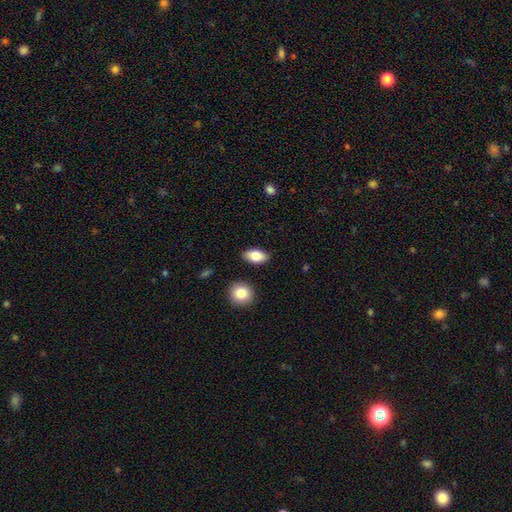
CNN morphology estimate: smooth_or_featured: smooth (p=0.81) [alt: featured or disk p=0.12]
how_rounded: in between (p=0.90) [alt: round p=0.06]
merging: none (p=0.86) [alt: minor disturbance p=0.09]